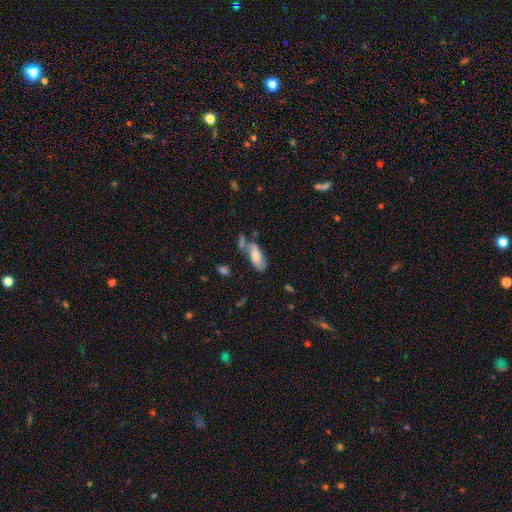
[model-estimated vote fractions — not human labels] The model was most divided on "merging": none: 48%, minor disturbance: 24%, merger: 17%, major disturbance: 11%. More confident: how rounded — in between (81%); smooth or featured — smooth (63%).